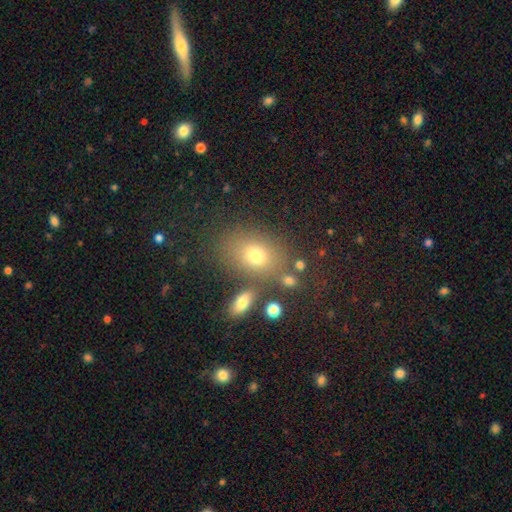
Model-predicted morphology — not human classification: Overall: smooth (70%). How rounded: in between (70%). Merging: none (71%).